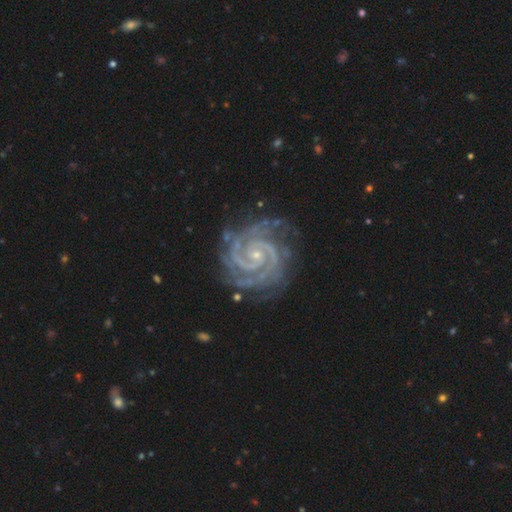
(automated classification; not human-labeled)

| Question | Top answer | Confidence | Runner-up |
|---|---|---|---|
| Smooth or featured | featured or disk | 94% | star or artifact (4%) |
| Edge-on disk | no | 98% | yes (2%) |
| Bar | no | 61% | weak (26%) |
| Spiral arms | yes | 99% | no (1%) |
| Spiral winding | tight | 81% | medium (17%) |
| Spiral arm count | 2 | 56% | 3 (20%) |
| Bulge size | small | 83% | moderate (13%) |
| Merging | none | 76% | minor disturbance (17%) |